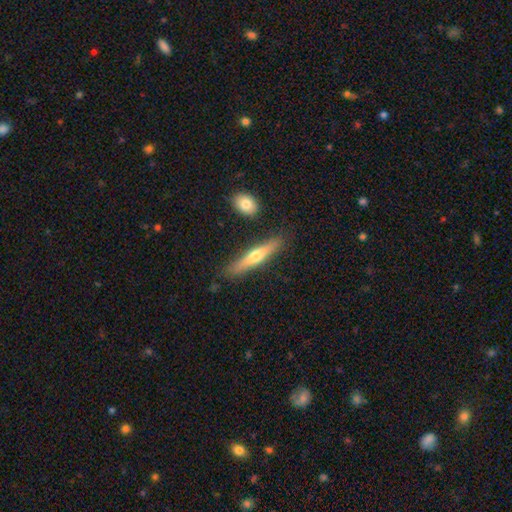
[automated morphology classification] smooth-or-featured: featured or disk: 48% | smooth: 46% | star or artifact: 6%
  merging: none: 85% | minor disturbance: 10% | merger: 3% | major disturbance: 2%